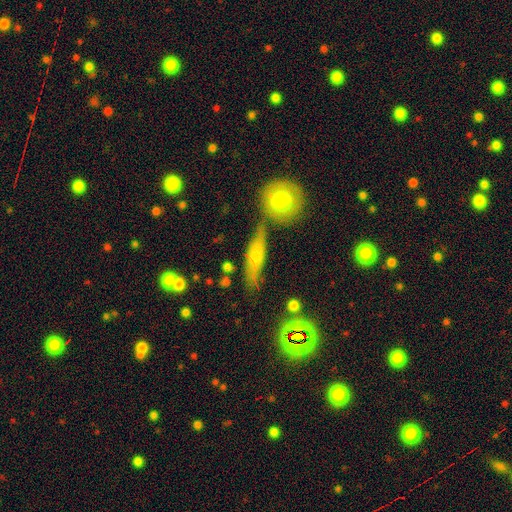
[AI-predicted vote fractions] Smooth or featured? smooth (50%)
How rounded? cigar-shaped (65%)
Merging? none (71%)